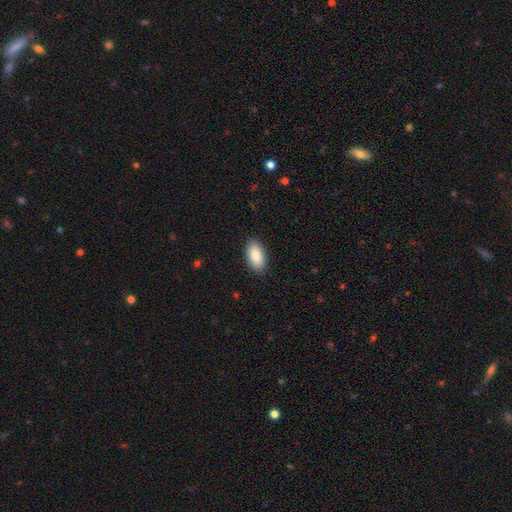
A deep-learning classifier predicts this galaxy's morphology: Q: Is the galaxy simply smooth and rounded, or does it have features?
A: smooth — 88%.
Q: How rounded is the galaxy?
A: in between — 94%.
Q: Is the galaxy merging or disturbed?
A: none — 88%.